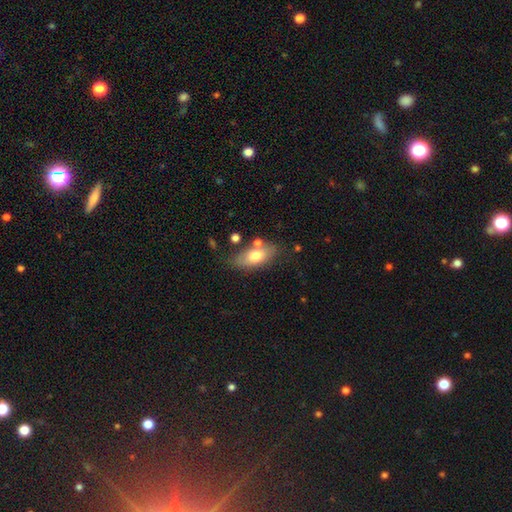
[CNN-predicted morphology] smooth 70%, featured or disk 23%, star or artifact 7%. Down the decision tree: how rounded — in between (84%); merging — none (69%).